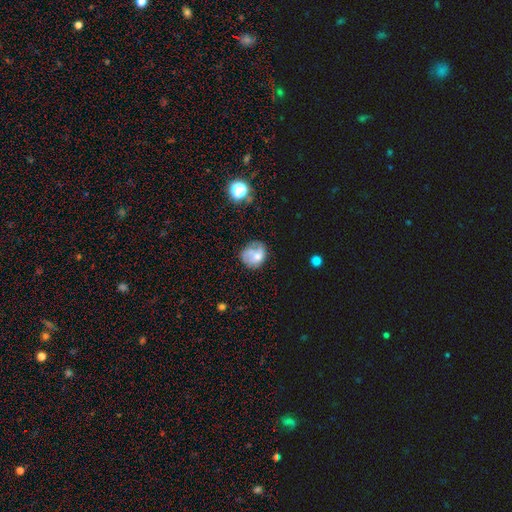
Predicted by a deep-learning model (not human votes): smooth_or_featured: smooth (p=0.51) [alt: featured or disk p=0.36]
how_rounded: round (p=0.66) [alt: in between p=0.33]
merging: none (p=0.43) [alt: minor disturbance p=0.25]